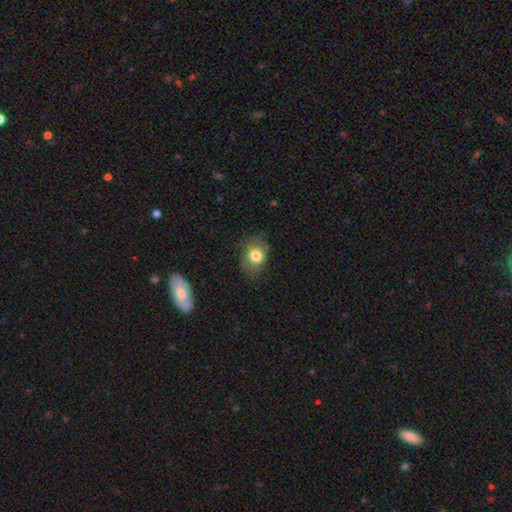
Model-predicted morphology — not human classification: A smooth galaxy with no disk features (78%) that is in between round and cigar-shaped (52%). Merging: none (68%).